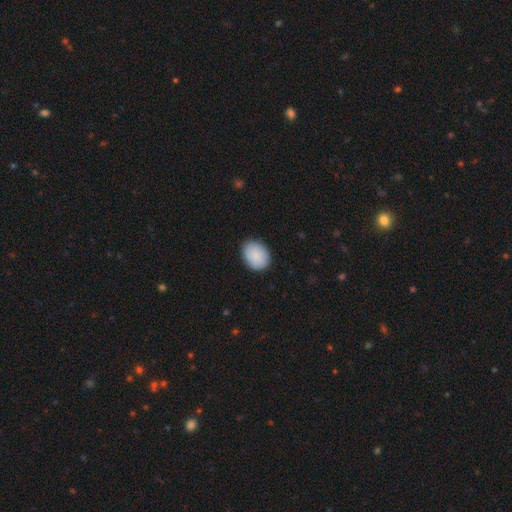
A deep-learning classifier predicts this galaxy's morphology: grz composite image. It shows a smooth galaxy with no disk features (88%) that is in between round and cigar-shaped (66%). Merging: none (85%).